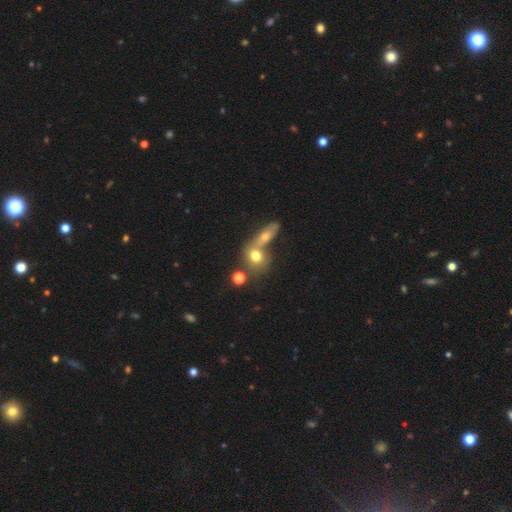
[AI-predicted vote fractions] A smooth galaxy with no disk features (68%) that is round (62%). Merging: merger (52%).